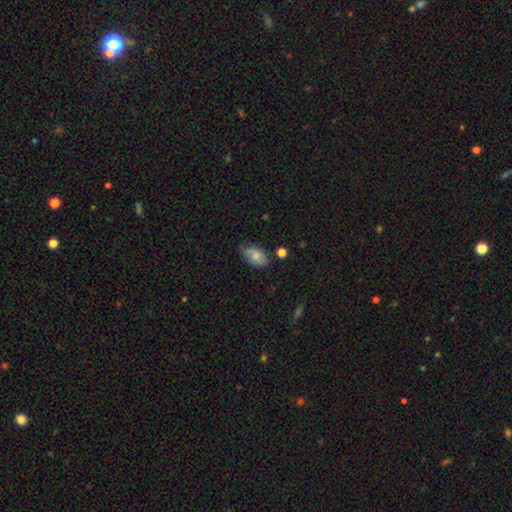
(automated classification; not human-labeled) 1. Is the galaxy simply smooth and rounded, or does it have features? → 75% smooth, 17% featured or disk, 8% star or artifact.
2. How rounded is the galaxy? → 90% in between, 8% round, 2% cigar-shaped.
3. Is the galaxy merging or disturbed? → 58% none, 32% minor disturbance, 6% major disturbance, 3% merger.